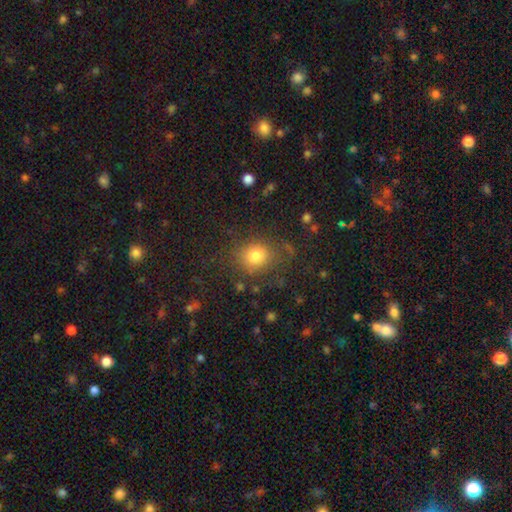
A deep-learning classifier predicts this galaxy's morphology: smooth_or_featured: smooth (p=0.78) [alt: star or artifact p=0.13]
how_rounded: round (p=0.72) [alt: in between p=0.26]
merging: none (p=0.76) [alt: minor disturbance p=0.14]